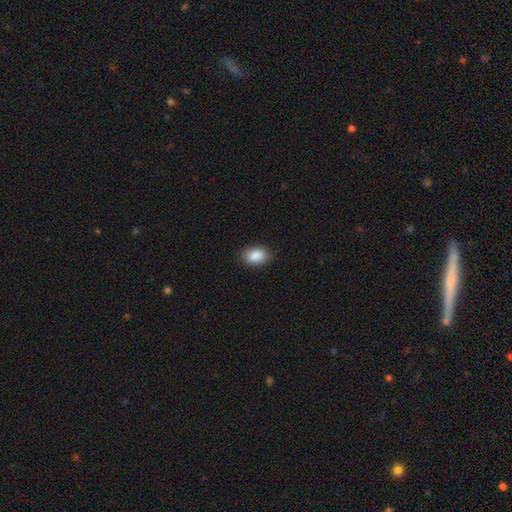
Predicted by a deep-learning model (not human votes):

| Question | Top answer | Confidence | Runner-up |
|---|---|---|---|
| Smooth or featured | smooth | 89% | star or artifact (7%) |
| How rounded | in between | 86% | round (13%) |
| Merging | none | 88% | minor disturbance (9%) |